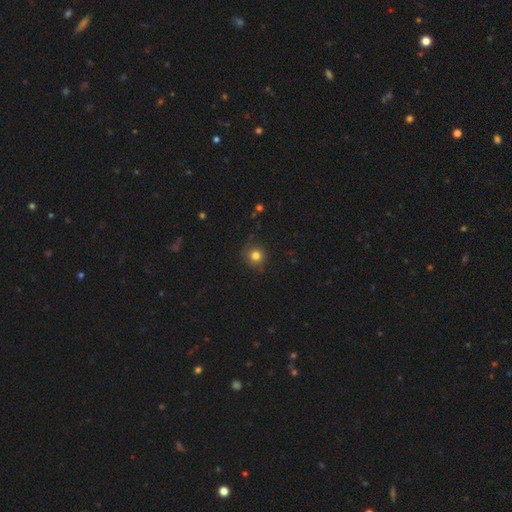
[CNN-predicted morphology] A smooth galaxy with no disk features (80%) that is round (92%). Merging: none (83%).